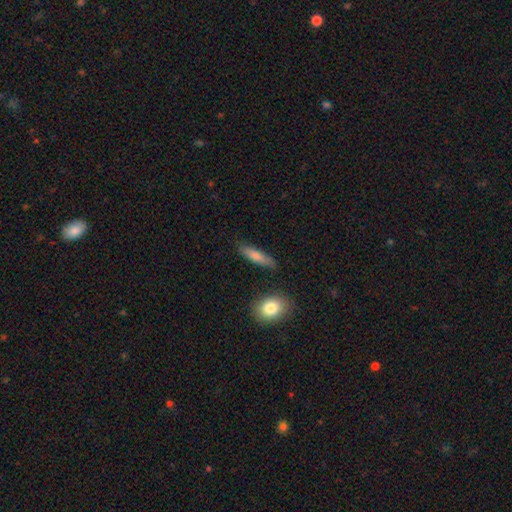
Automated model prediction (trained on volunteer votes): Overall: smooth (74%). How rounded: cigar-shaped (69%). Merging: none (83%).